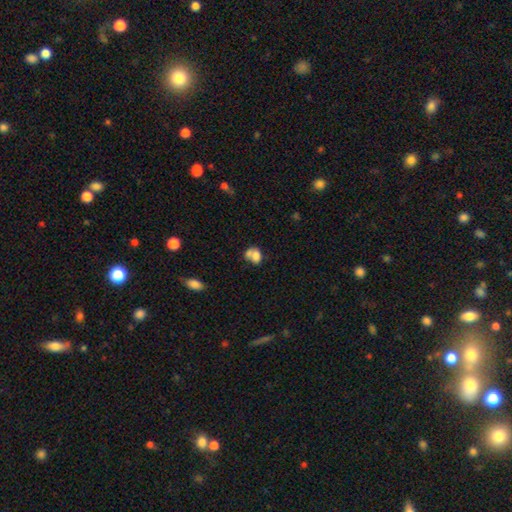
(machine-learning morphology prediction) Smooth or featured? smooth (73%)
How rounded? in between (65%)
Merging? merger (51%)